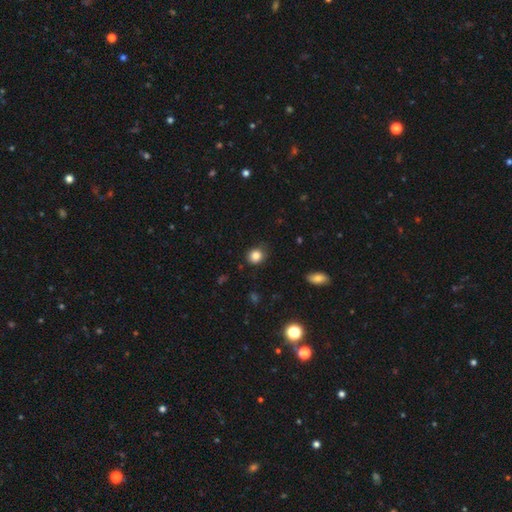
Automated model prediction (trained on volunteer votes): Smooth or featured?
  - smooth: 85% *
  - star or artifact: 11%
  - featured or disk: 4%
How rounded?
  - round: 78% *
  - in between: 21%
  - cigar-shaped: 1%
Merging?
  - none: 81% *
  - minor disturbance: 14%
  - major disturbance: 3%
  - merger: 1%